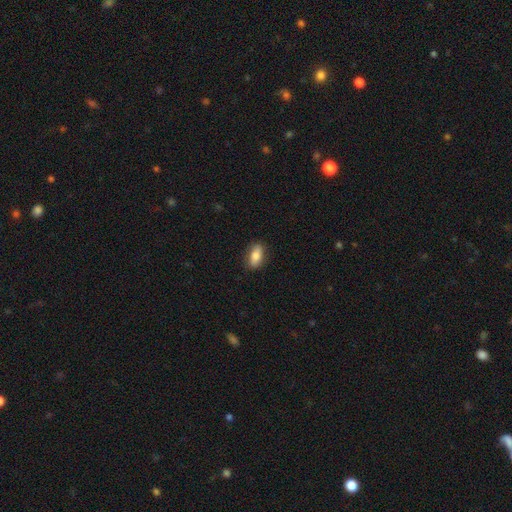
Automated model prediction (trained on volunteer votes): Smooth or featured?
  - smooth: 79% *
  - featured or disk: 14%
  - star or artifact: 7%
How rounded?
  - in between: 83% *
  - cigar-shaped: 11%
  - round: 5%
Merging?
  - none: 84% *
  - minor disturbance: 12%
  - major disturbance: 3%
  - merger: 1%